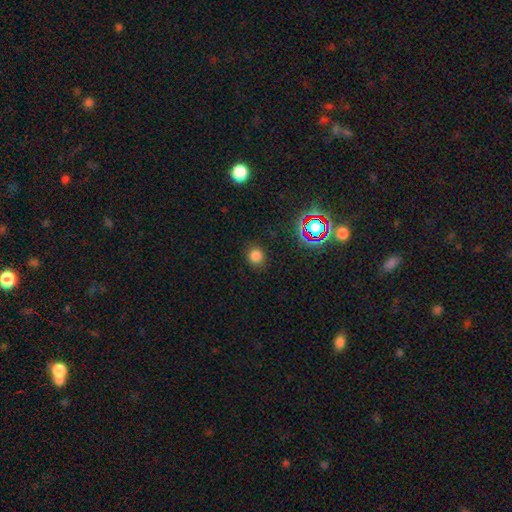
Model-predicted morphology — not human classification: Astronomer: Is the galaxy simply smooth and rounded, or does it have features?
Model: smooth — 77%.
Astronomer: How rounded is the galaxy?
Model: round — 84%.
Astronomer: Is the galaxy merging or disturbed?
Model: none — 86%.